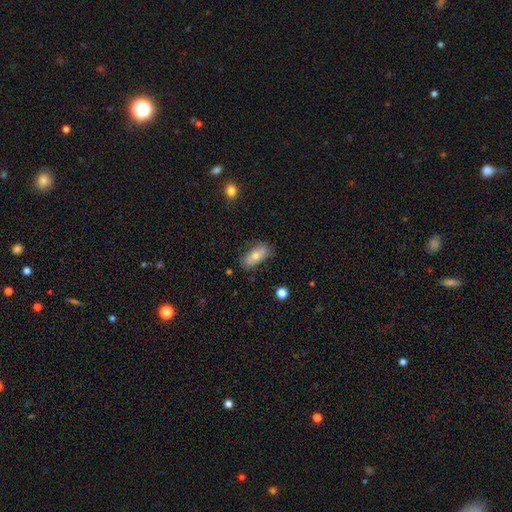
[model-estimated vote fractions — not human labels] Overall: smooth (63%; featured or disk 29%). How rounded: in between (86%). Merging: none (75%).